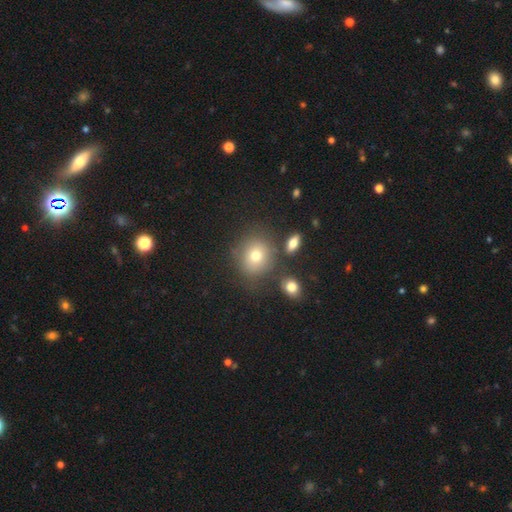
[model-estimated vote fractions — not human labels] A smooth galaxy with no disk features (73%) that is round (82%). Merging: none (75%).